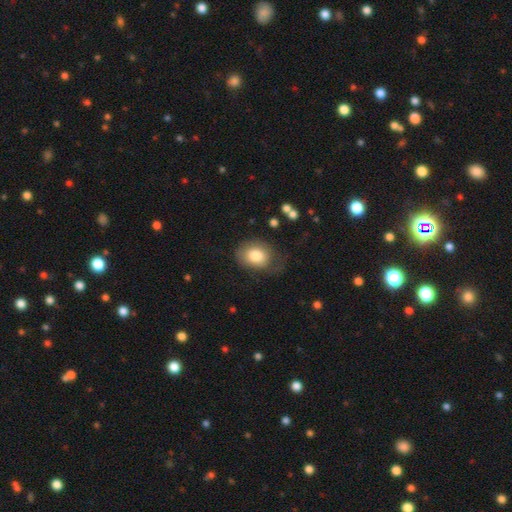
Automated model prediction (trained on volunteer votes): A smooth galaxy with no disk features (80%) that is in between round and cigar-shaped (62%).

Vote fractions:
- Smooth or featured? smooth: 80% / featured or disk: 13% / star or artifact: 7%
- How rounded? in between: 62% / round: 37% / cigar-shaped: 1%
- Merging? none: 56% / minor disturbance: 26% / major disturbance: 16% / merger: 2%